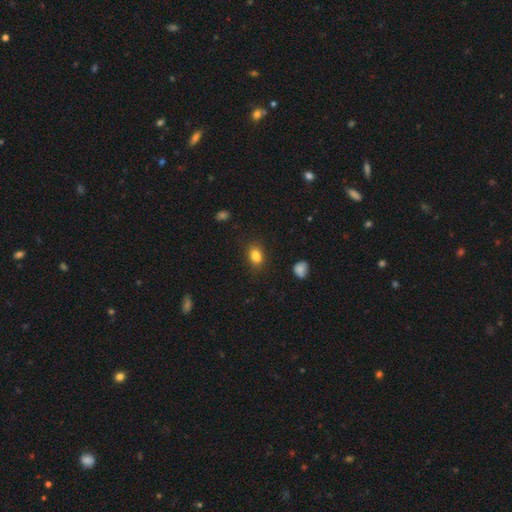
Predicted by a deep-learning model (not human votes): Morphology: type=smooth (83%); roundness=in between (70%); merging=none (80%).